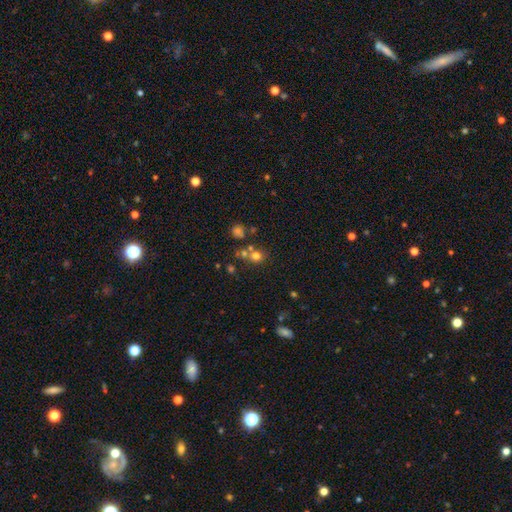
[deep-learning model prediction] smooth_or_featured: smooth (p=0.68) [alt: star or artifact p=0.20]
how_rounded: round (p=0.82) [alt: in between p=0.17]
merging: none (p=0.57) [alt: merger p=0.30]